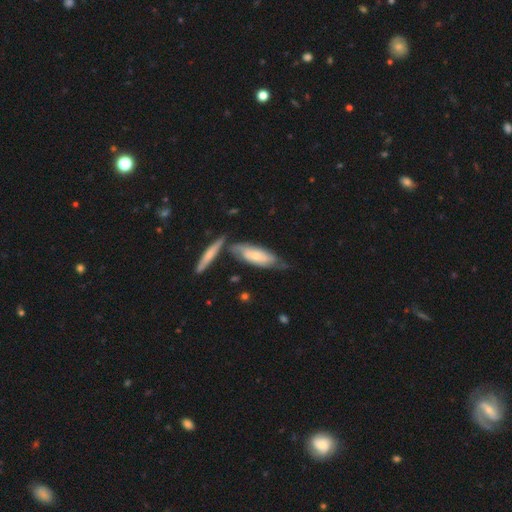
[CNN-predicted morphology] Smooth or featured: featured or disk — 53% (smooth — 41%)
Edge-on disk: no — 75% (yes — 25%)
Merging: none — 47% (minor disturbance — 24%)